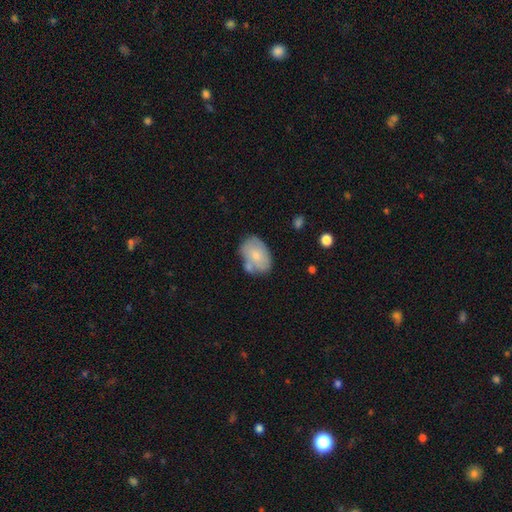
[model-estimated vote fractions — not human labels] A smooth galaxy with no disk features (68%) that is in between round and cigar-shaped (84%). Merging: none (52%).